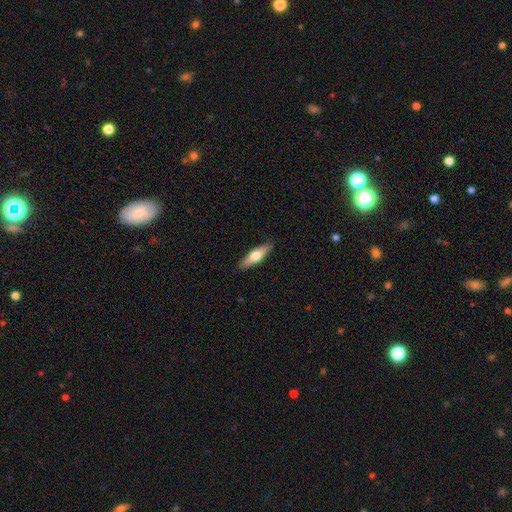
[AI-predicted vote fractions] A smooth galaxy with no disk features (53%) that is cigar-shaped (63%). Merging: none (89%).